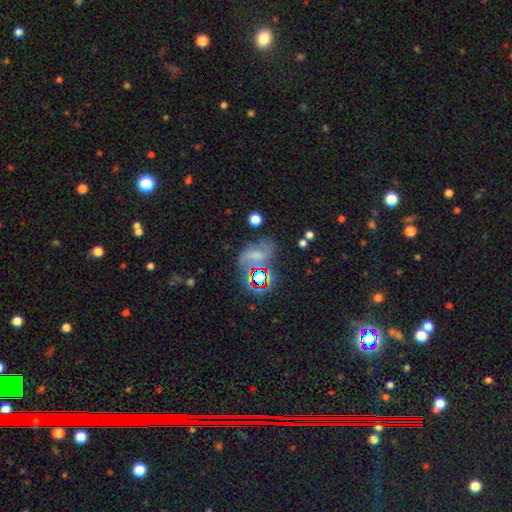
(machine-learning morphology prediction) Smooth or featured: featured or disk — 49% (smooth — 26%)
Merging: none — 54% (minor disturbance — 21%)